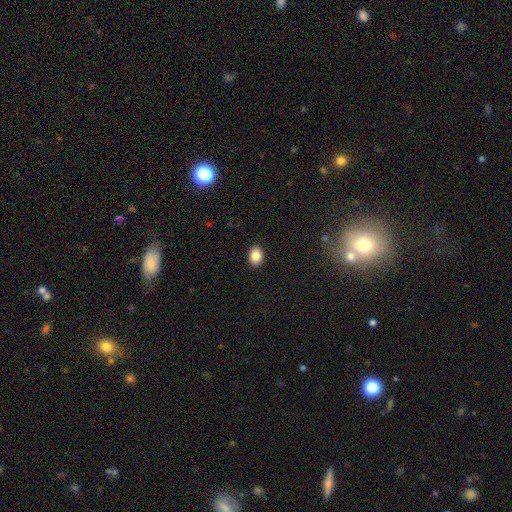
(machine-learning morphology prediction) This appears to be a smooth galaxy with no disk features (86%) that is in between round and cigar-shaped (71%). Merging: none (90%).